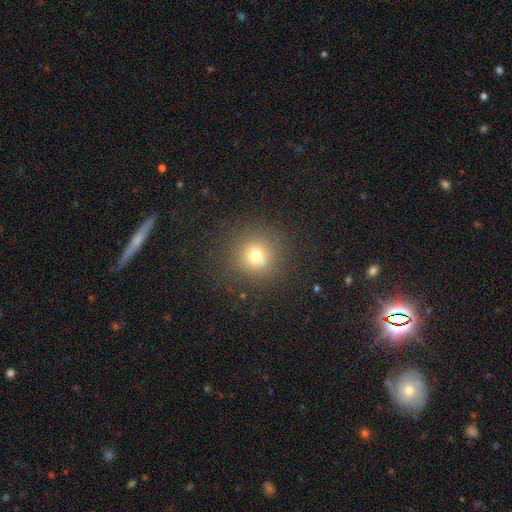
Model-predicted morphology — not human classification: smooth 72%, star or artifact 18%, featured or disk 10%. Down the decision tree: how rounded — round (93%); merging — none (87%).